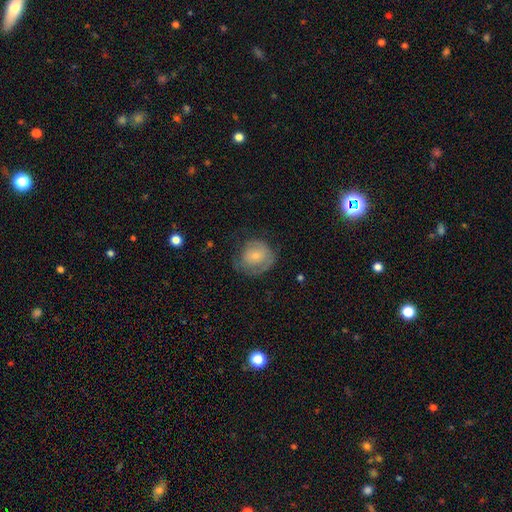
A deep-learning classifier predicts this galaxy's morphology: smooth 56%, featured or disk 37%, star or artifact 7%. Down the decision tree: how rounded — round (78%); merging — none (54%).